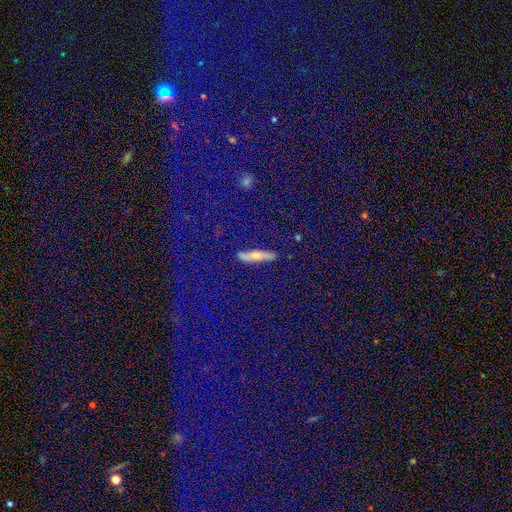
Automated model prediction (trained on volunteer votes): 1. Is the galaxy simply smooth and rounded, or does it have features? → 49% smooth, 29% featured or disk, 22% star or artifact.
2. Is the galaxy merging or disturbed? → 82% none, 11% minor disturbance, 4% major disturbance, 3% merger.